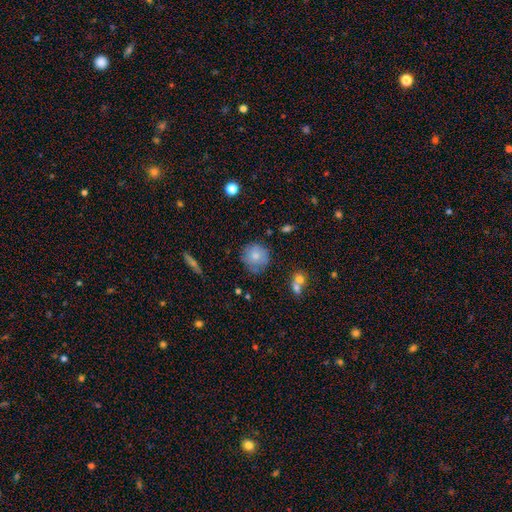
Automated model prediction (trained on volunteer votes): A smooth galaxy with no disk features (72%) that is round (89%). Merging: none (73%).